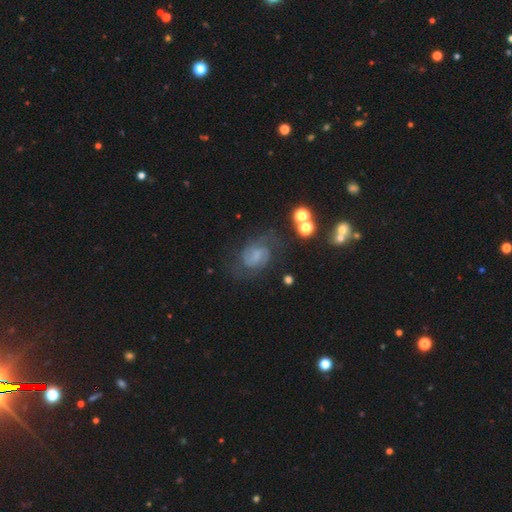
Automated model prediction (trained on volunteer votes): Smooth or featured: featured or disk — 66% (smooth — 22%)
Edge-on disk: no — 97% (yes — 3%)
Bar: weak — 48% (no — 39%)
Spiral arms: yes — 89% (no — 11%)
Spiral winding: medium — 47% (tight — 34%)
Spiral arm count: 2 — 77% (can't tell — 14%)
Bulge size: none — 42% (small — 37%)
Merging: none — 62% (minor disturbance — 20%)